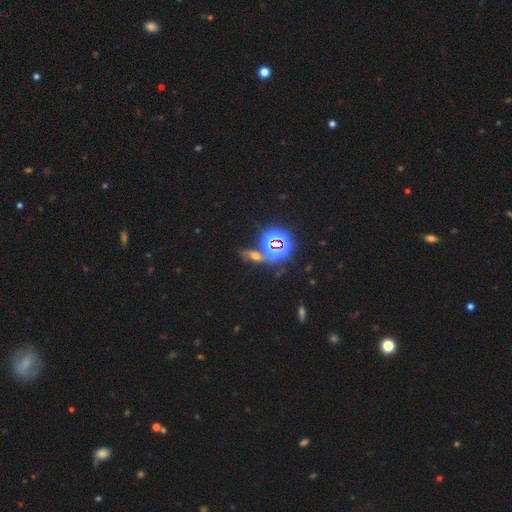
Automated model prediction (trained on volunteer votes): Smooth or featured?
  - star or artifact: 52% *
  - smooth: 30%
  - featured or disk: 18%